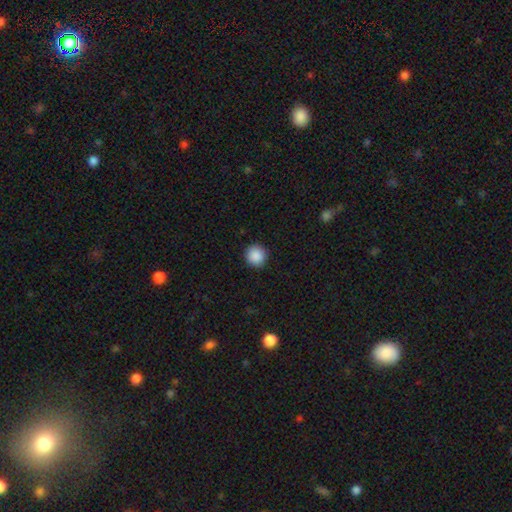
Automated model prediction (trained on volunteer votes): Q: Smooth or featured?
A: smooth (89%); runner-up: star or artifact (9%)
Q: How rounded?
A: round (95%); runner-up: in between (4%)
Q: Merging?
A: none (93%); runner-up: minor disturbance (5%)